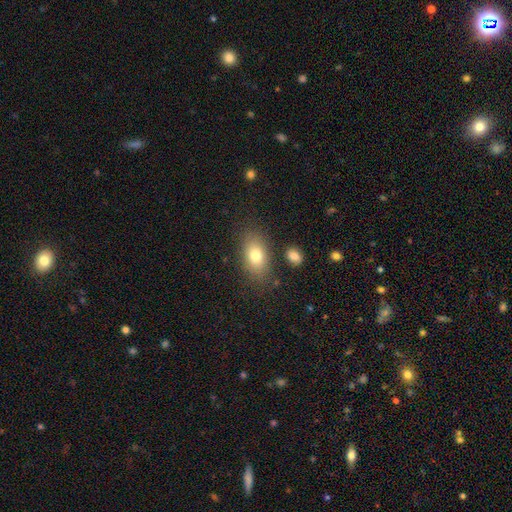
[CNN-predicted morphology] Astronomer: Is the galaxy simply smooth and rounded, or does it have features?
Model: smooth — 77%.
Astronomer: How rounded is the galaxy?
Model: in between — 87%.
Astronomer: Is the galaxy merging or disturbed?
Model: none — 79%.